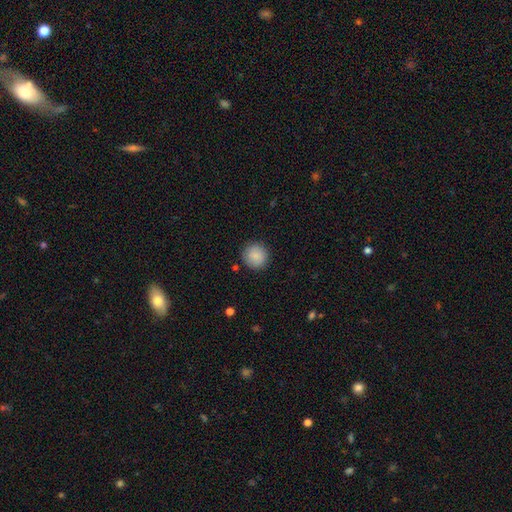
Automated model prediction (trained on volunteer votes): Overall: smooth (87%). How rounded: round (95%). Merging: none (90%).